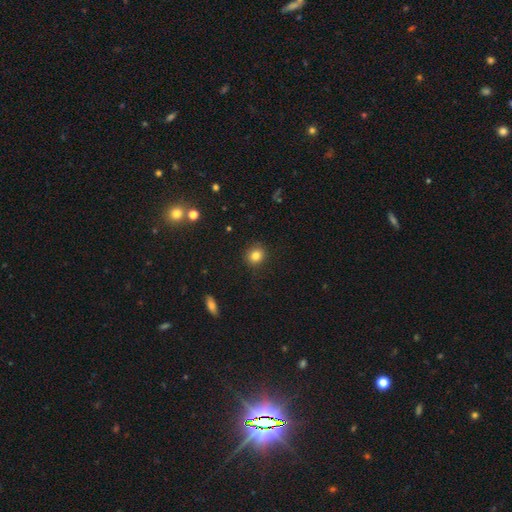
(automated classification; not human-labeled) A smooth galaxy with no disk features (83%) that is round (83%).

Vote fractions:
- Smooth or featured? smooth: 83% / star or artifact: 11% / featured or disk: 6%
- How rounded? round: 83% / in between: 16% / cigar-shaped: 1%
- Merging? none: 88% / minor disturbance: 8% / major disturbance: 2% / merger: 1%